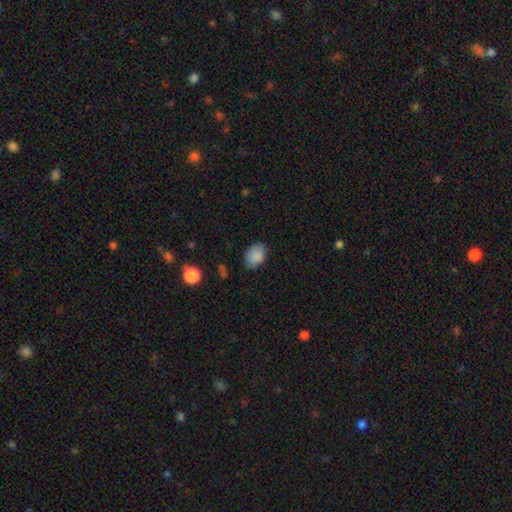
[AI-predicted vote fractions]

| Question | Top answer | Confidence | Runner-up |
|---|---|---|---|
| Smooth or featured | smooth | 87% | star or artifact (9%) |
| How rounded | in between | 74% | round (24%) |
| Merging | none | 81% | minor disturbance (15%) |